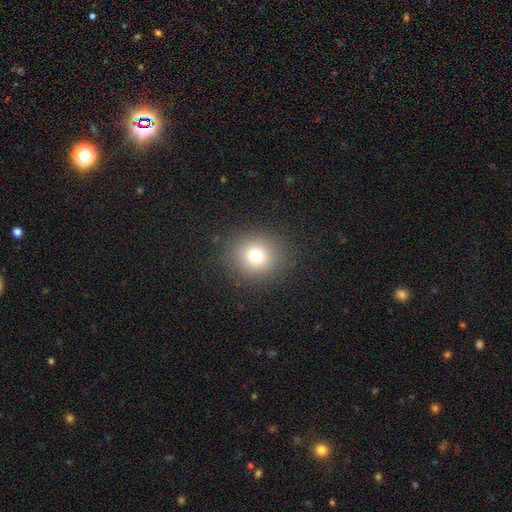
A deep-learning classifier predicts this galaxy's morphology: A smooth galaxy with no disk features (75%) that is round (87%).

Vote fractions:
- Smooth or featured? smooth: 75% / star or artifact: 15% / featured or disk: 10%
- How rounded? round: 87% / in between: 13% / cigar-shaped: 1%
- Merging? none: 88% / minor disturbance: 7% / major disturbance: 4% / merger: 1%